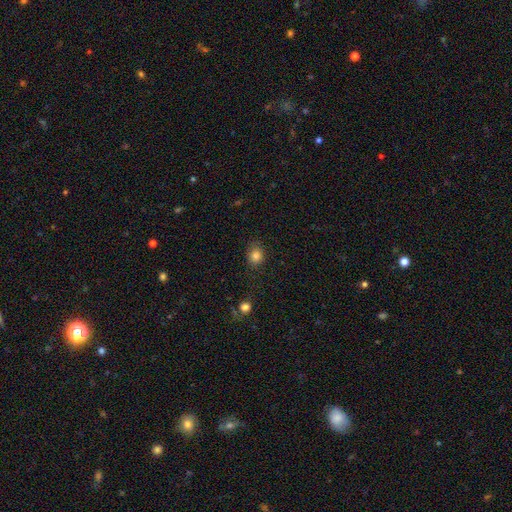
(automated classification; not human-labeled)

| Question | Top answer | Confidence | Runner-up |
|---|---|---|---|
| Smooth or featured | smooth | 82% | star or artifact (12%) |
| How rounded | round | 68% | in between (31%) |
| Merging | none | 78% | minor disturbance (16%) |